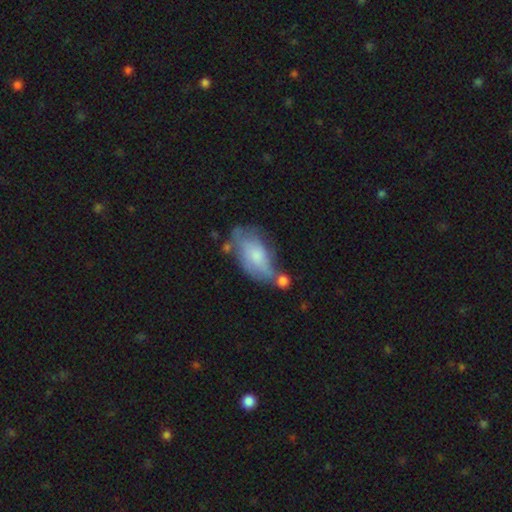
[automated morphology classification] type=smooth (56%); roundness=in between (90%); merging=none (37%).